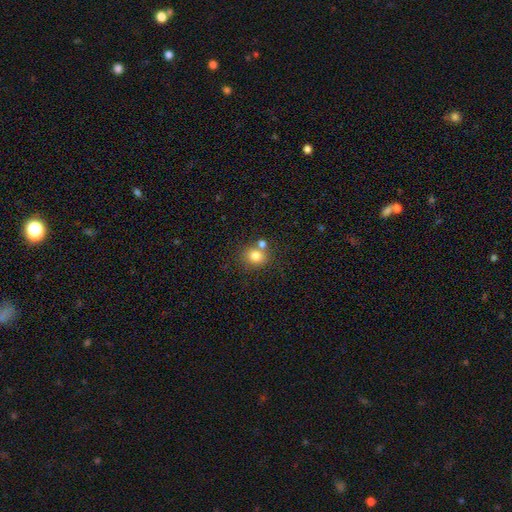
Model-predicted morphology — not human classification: Smooth or featured? Predicted: smooth (p=0.80). How rounded? Predicted: round (p=0.77). Merging? Predicted: none (p=0.64).